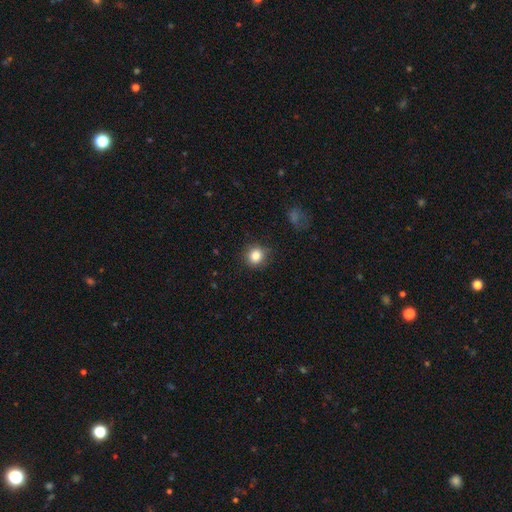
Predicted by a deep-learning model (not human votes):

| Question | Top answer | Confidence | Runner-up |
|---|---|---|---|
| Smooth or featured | smooth | 83% | star or artifact (11%) |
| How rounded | round | 88% | in between (11%) |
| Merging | none | 86% | minor disturbance (10%) |